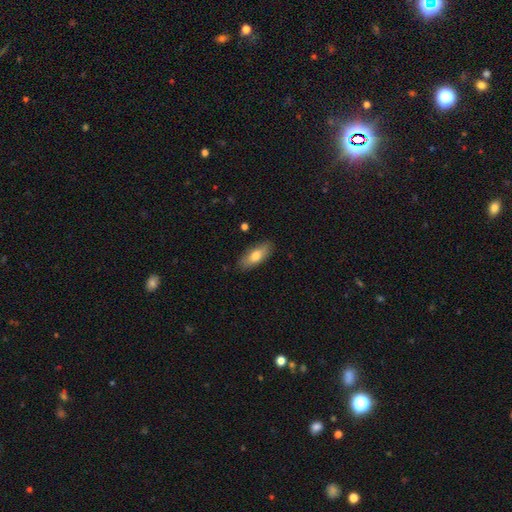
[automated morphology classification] Overall: smooth (76%). How rounded: in between (79%). Merging: none (85%).